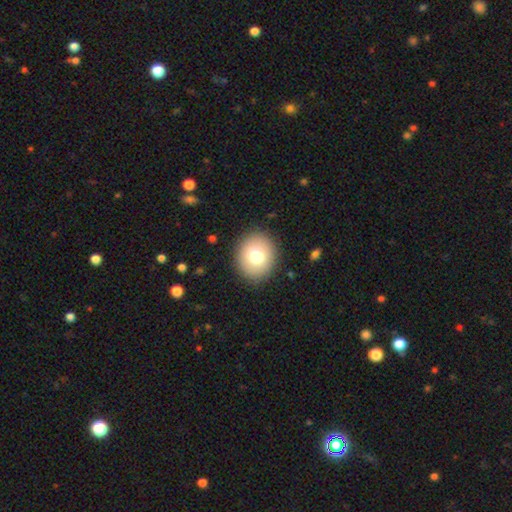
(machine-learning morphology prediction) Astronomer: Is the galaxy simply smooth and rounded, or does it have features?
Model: smooth — 74%.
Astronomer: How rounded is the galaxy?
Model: round — 79%.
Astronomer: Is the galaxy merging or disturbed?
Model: none — 90%.